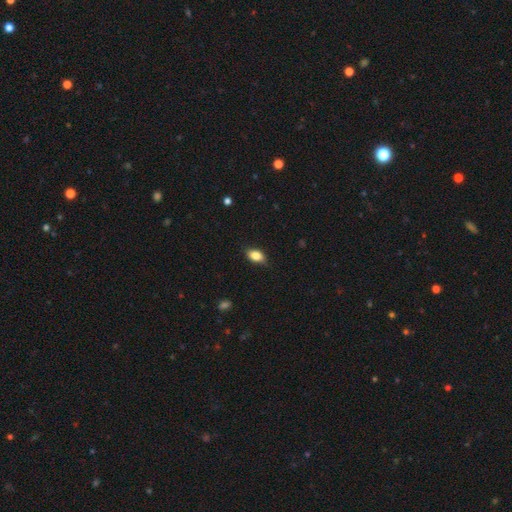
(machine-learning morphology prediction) A smooth galaxy with no disk features (83%) that is in between round and cigar-shaped (84%).

Vote fractions:
- Smooth or featured? smooth: 83% / featured or disk: 8% / star or artifact: 8%
- How rounded? in between: 84% / round: 13% / cigar-shaped: 3%
- Merging? none: 78% / minor disturbance: 18% / major disturbance: 3% / merger: 1%